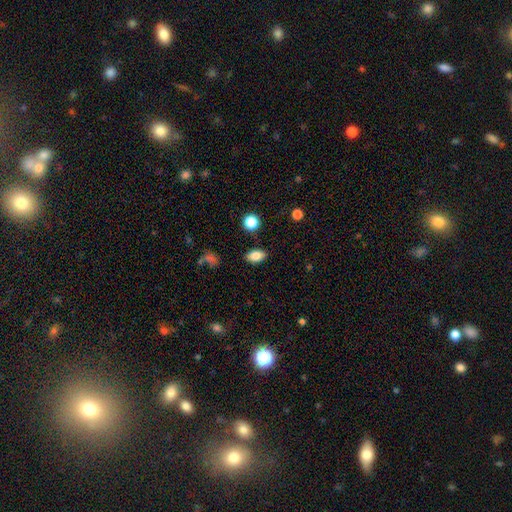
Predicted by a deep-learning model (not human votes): A smooth galaxy with no disk features (83%) that is in between round and cigar-shaped (87%).

Vote fractions:
- Smooth or featured? smooth: 83% / star or artifact: 9% / featured or disk: 8%
- How rounded? in between: 87% / round: 11% / cigar-shaped: 2%
- Merging? none: 86% / minor disturbance: 10% / major disturbance: 3% / merger: 2%